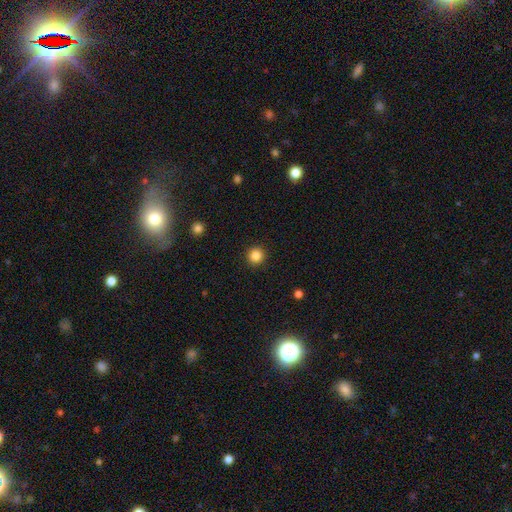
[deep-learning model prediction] This is clearly a smooth galaxy (85%). How rounded: clearly round (96%). Merging: clearly none (93%).